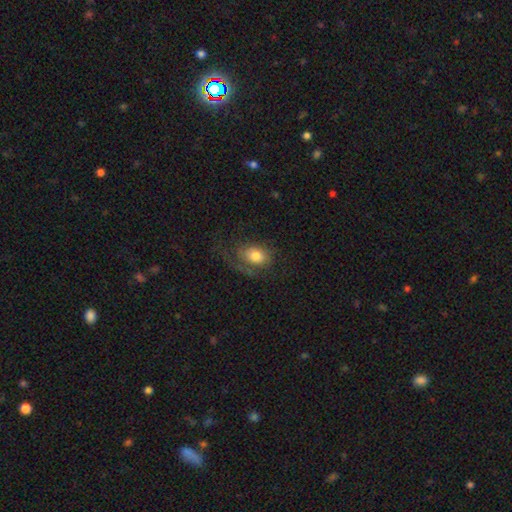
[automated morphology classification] smooth-or-featured: smooth: 62% | featured or disk: 29% | star or artifact: 9%
  how-rounded: in between: 71% | round: 27% | cigar-shaped: 2%
  merging: none: 47% | major disturbance: 30% | minor disturbance: 21% | merger: 2%